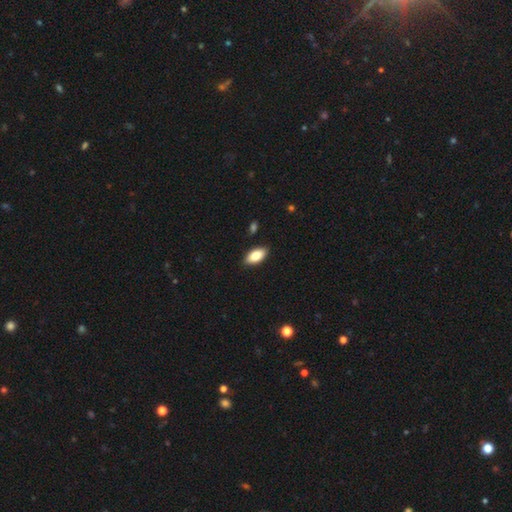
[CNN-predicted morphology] Smooth or featured: smooth — 84% (featured or disk — 9%)
How rounded: in between — 92% (cigar-shaped — 5%)
Merging: none — 88% (minor disturbance — 9%)